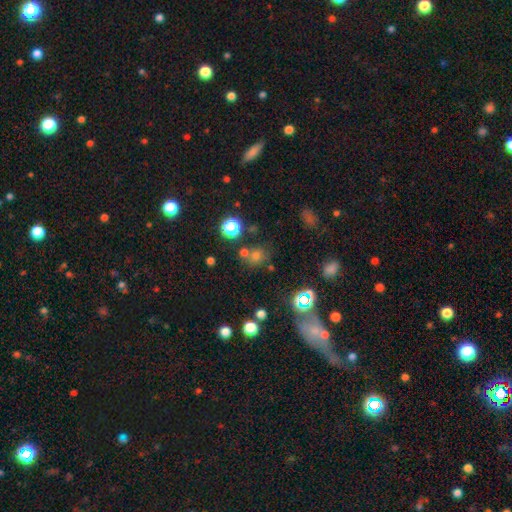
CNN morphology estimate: Smooth or featured? smooth (56%)
How rounded? round (81%)
Merging? none (68%)